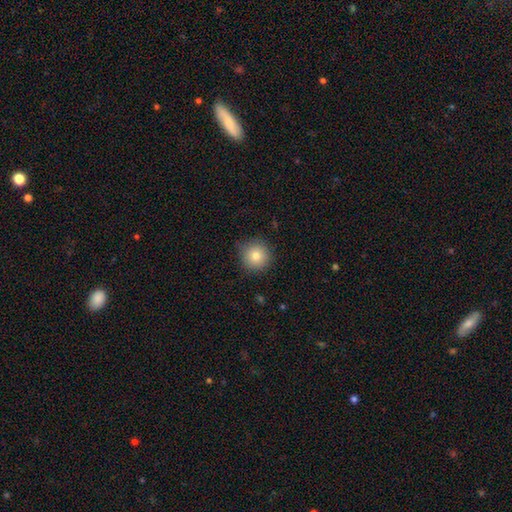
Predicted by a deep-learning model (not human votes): Smooth or featured? smooth (81%)
How rounded? round (95%)
Merging? none (86%)